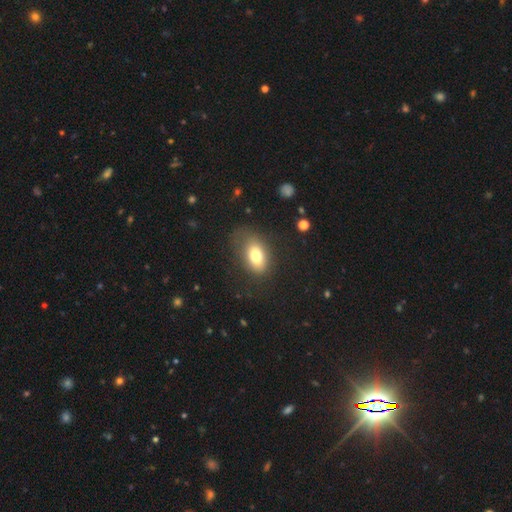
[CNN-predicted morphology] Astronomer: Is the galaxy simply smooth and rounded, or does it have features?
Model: smooth — 75%.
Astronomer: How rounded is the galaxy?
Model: in between — 85%.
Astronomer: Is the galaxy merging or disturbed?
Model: none — 65%.